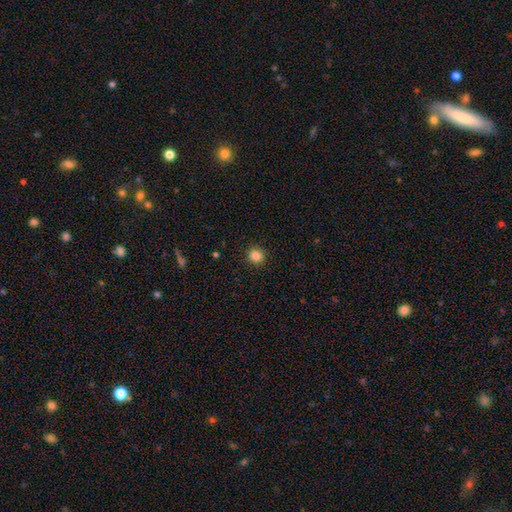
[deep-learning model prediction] A smooth galaxy with no disk features (85%) that is round (91%). Merging: none (91%).